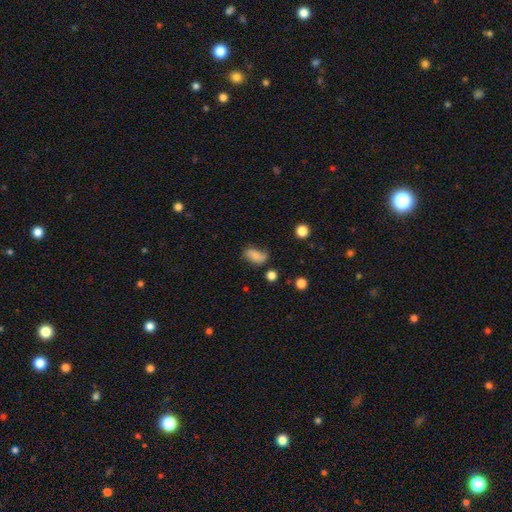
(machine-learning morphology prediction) A smooth galaxy with no disk features (70%) that is in between round and cigar-shaped (87%). Merging: none (54%).